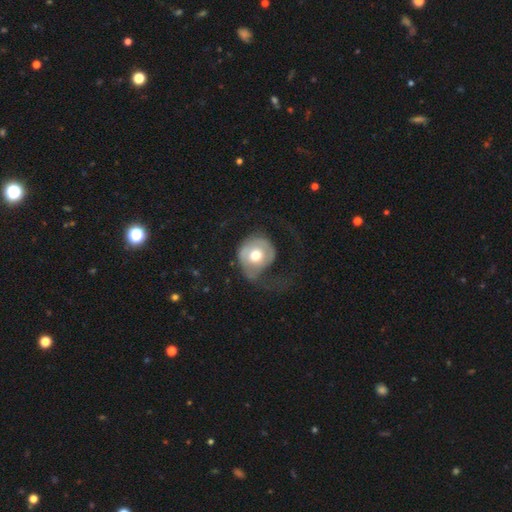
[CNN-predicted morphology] This appears to be a featured or disk galaxy (48%). Merging: major disturbance (47%).